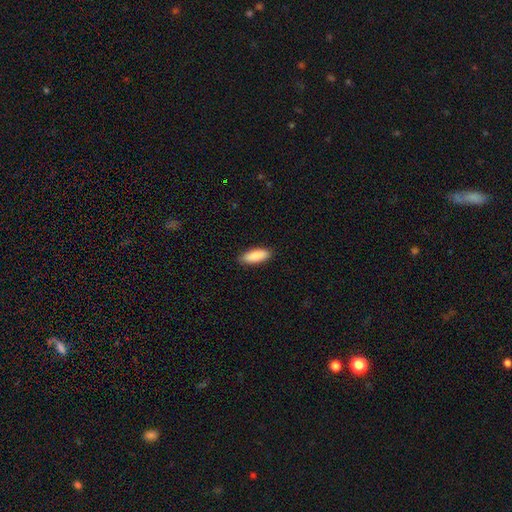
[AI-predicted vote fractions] This is clearly a smooth galaxy (89%). How rounded: likely in between (68%). Merging: clearly none (89%).